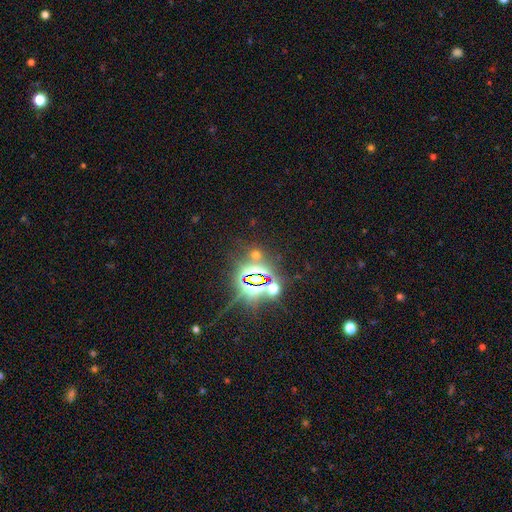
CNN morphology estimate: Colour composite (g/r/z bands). It shows a star or artifact, not a galaxy (74%).